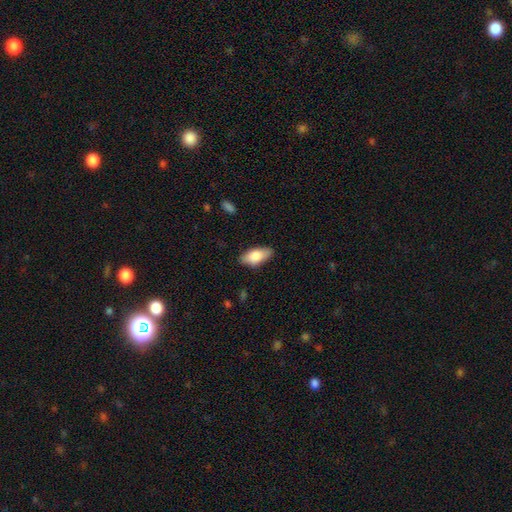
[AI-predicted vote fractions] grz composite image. It shows a smooth galaxy with no disk features (80%) that is in between round and cigar-shaped (88%). Merging: none (82%).